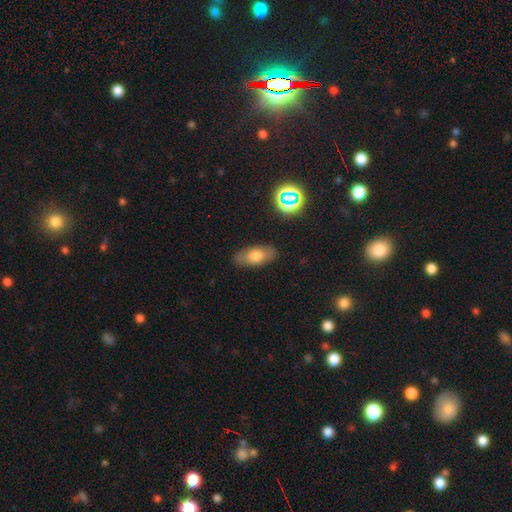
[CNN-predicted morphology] Overall: smooth (69%). How rounded: in between (86%). Merging: none (84%).